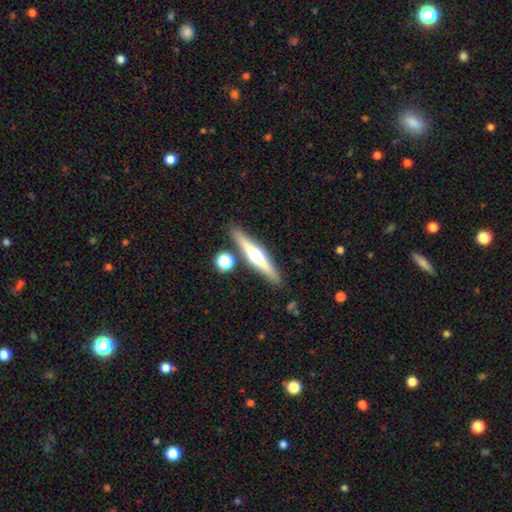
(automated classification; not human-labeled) Q: Smooth or featured?
A: featured or disk (64%); runner-up: smooth (30%)
Q: Edge-on disk?
A: yes (96%); runner-up: no (4%)
Q: Edge-on bulge?
A: rounded (93%); runner-up: none (4%)
Q: Merging?
A: none (86%); runner-up: minor disturbance (7%)